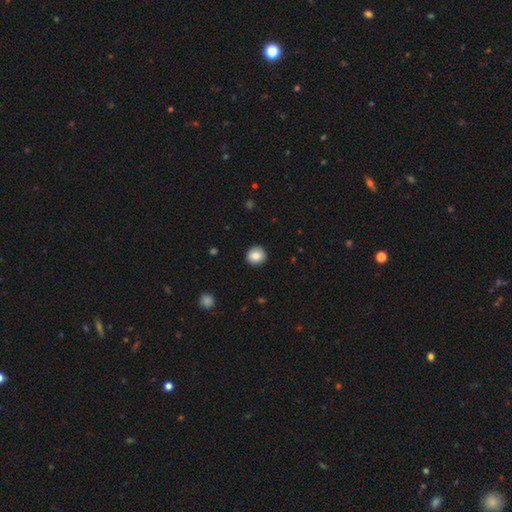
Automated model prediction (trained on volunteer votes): Overall: smooth (83%). How rounded: round (92%). Merging: none (91%).